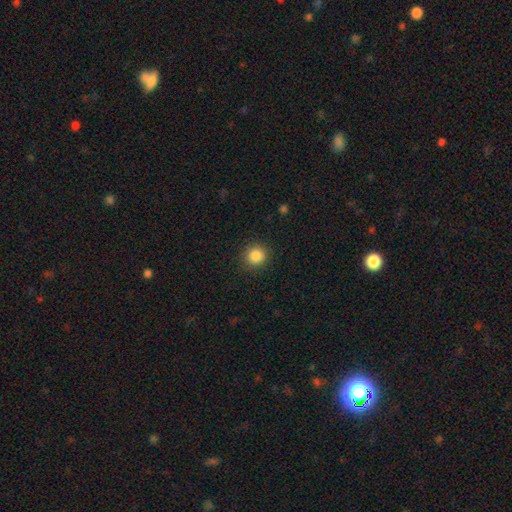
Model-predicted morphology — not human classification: This is clearly a smooth galaxy (86%). How rounded: clearly round (91%). Merging: clearly none (90%).